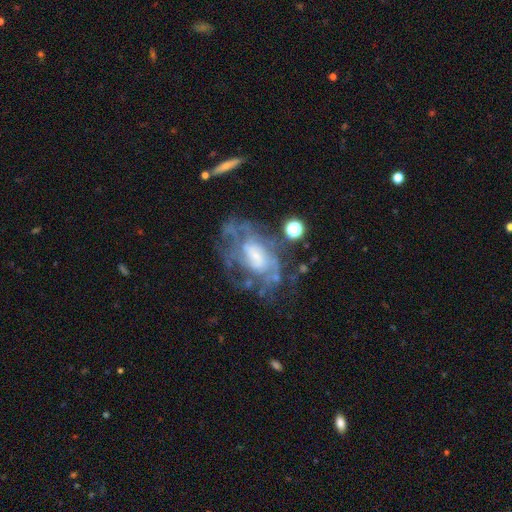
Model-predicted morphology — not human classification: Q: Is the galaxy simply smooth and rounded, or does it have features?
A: featured or disk — 76%.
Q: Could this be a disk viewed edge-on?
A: no — 95%.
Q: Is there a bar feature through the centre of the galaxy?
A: no — 59%.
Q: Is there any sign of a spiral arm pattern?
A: yes — 68%.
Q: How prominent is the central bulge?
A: small — 44%.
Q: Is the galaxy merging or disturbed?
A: none — 54%.